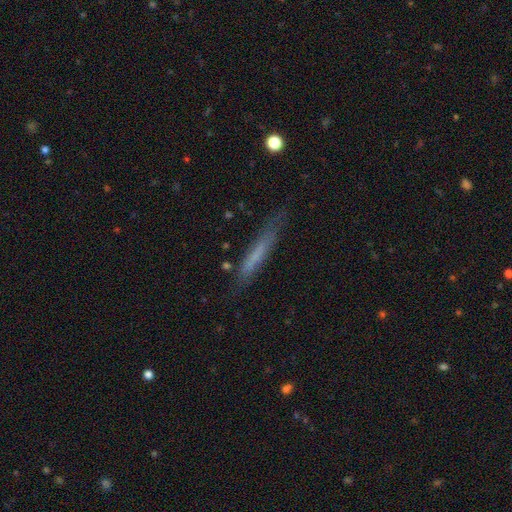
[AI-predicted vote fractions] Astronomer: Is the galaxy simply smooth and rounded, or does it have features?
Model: smooth — 57% (runner-up: featured or disk, 35%).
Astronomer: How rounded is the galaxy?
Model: cigar-shaped — 93%.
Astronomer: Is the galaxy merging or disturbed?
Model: none — 74%.